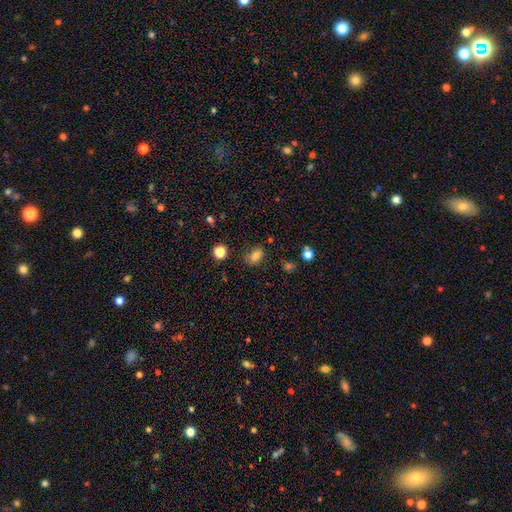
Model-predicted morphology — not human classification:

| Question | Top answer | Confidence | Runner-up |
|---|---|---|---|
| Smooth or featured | smooth | 79% | star or artifact (13%) |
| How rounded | in between | 74% | round (24%) |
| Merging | none | 78% | minor disturbance (15%) |